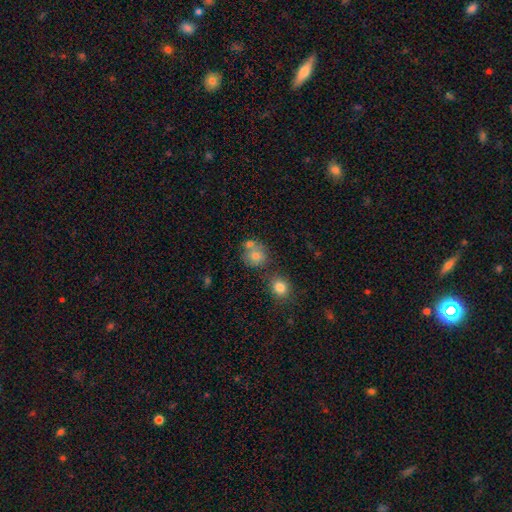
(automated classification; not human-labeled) Smooth or featured? smooth (74%)
How rounded? round (80%)
Merging? none (51%)